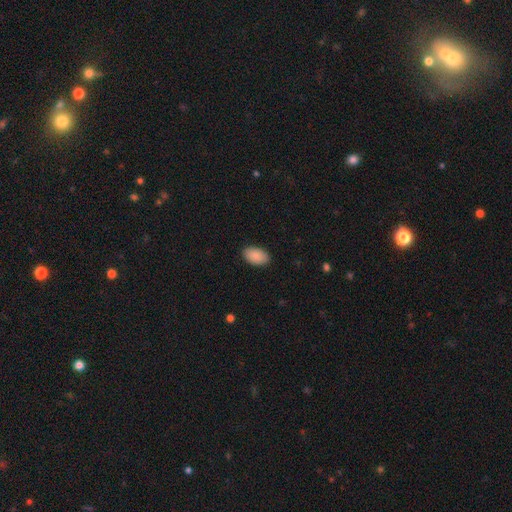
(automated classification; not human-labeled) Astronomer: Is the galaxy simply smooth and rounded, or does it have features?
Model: smooth — 90%.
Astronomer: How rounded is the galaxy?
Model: in between — 94%.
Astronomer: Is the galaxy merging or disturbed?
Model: none — 89%.